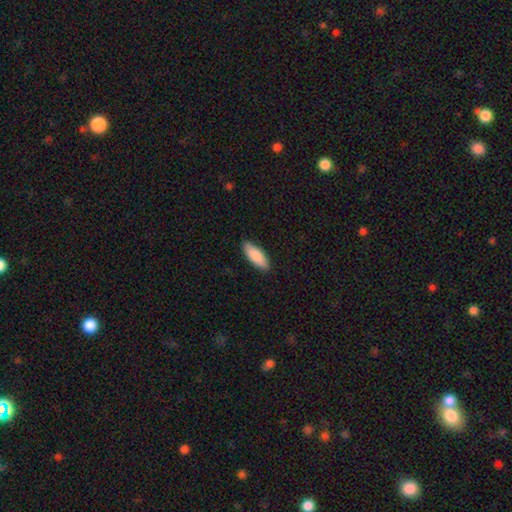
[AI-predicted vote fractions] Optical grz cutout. It shows a smooth galaxy with no disk features (88%) that is in between round and cigar-shaped (69%). Merging: none (89%).